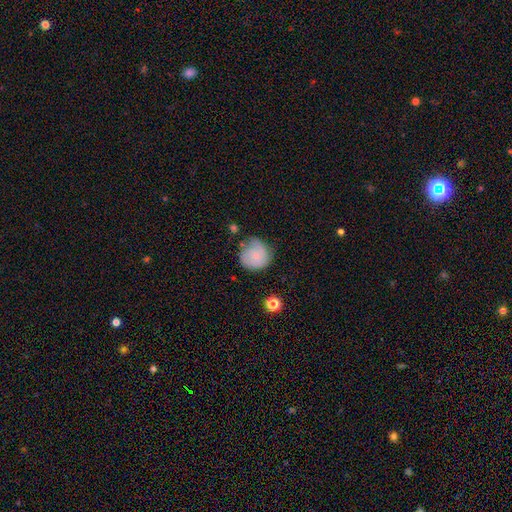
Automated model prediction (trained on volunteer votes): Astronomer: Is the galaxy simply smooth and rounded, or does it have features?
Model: smooth — 65%.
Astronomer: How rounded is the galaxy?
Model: round — 89%.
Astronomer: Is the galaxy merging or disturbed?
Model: none — 60%.